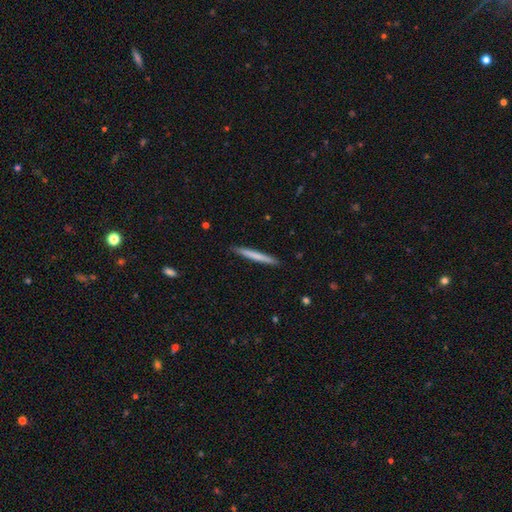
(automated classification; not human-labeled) Smooth or featured? Predicted: smooth (p=0.68). How rounded? Predicted: cigar-shaped (p=0.97). Merging? Predicted: none (p=0.91).